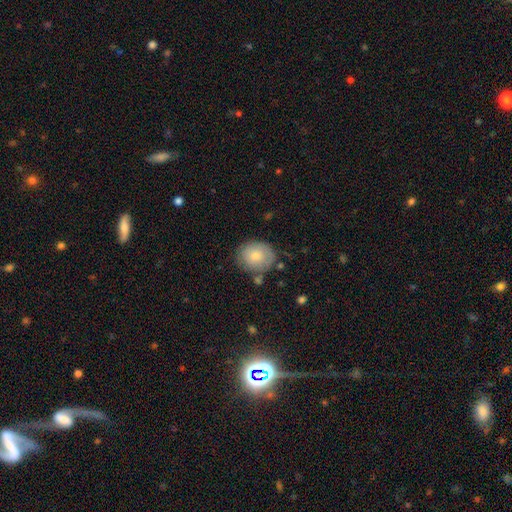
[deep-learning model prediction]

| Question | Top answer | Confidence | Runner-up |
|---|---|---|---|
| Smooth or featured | smooth | 77% | featured or disk (16%) |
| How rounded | round | 67% | in between (32%) |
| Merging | none | 70% | minor disturbance (19%) |